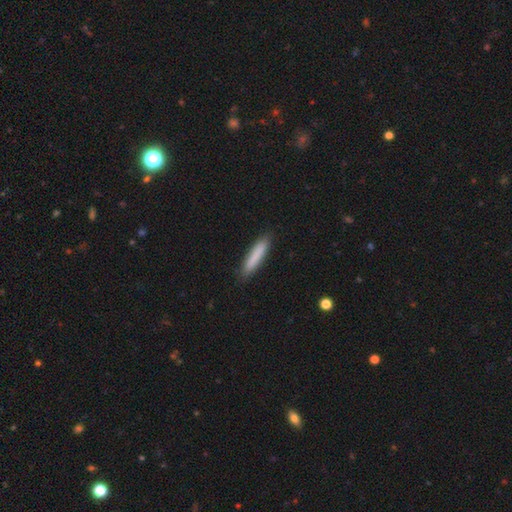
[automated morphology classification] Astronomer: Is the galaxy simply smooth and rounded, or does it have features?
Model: smooth — 83%.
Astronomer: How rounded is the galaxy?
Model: cigar-shaped — 89%.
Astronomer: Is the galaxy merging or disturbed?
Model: none — 88%.